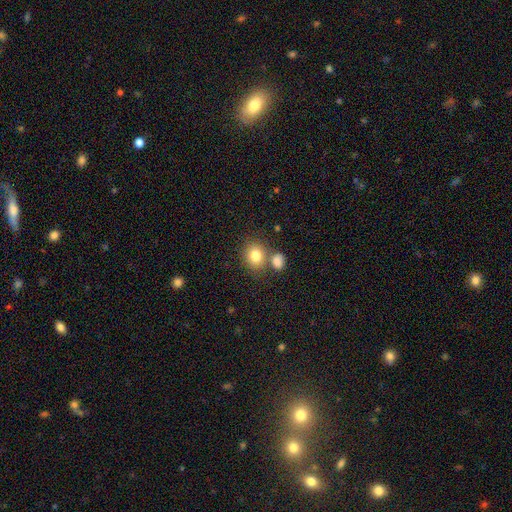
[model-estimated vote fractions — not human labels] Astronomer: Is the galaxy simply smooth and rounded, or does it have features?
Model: smooth — 81%.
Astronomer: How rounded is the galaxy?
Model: round — 65%.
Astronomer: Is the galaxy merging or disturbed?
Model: none — 61%.